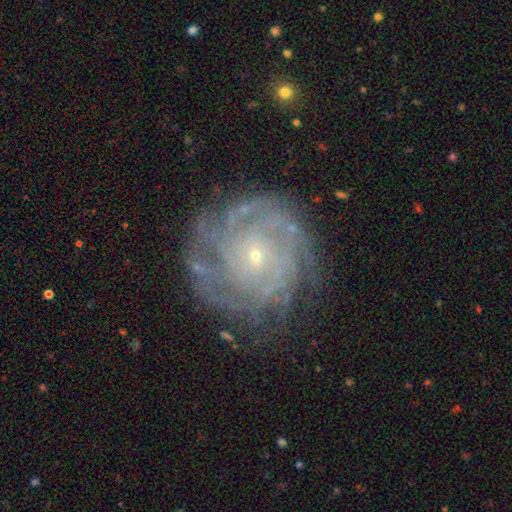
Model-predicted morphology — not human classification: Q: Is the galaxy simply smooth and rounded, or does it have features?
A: featured or disk — 83%.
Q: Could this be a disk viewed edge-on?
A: no — 97%.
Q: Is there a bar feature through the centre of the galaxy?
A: no — 76%.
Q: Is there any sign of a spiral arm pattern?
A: yes — 94%.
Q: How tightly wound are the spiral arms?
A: tight — 75%.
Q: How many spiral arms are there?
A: can't tell — 35%.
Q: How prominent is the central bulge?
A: small — 87%.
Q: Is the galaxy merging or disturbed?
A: none — 74%.